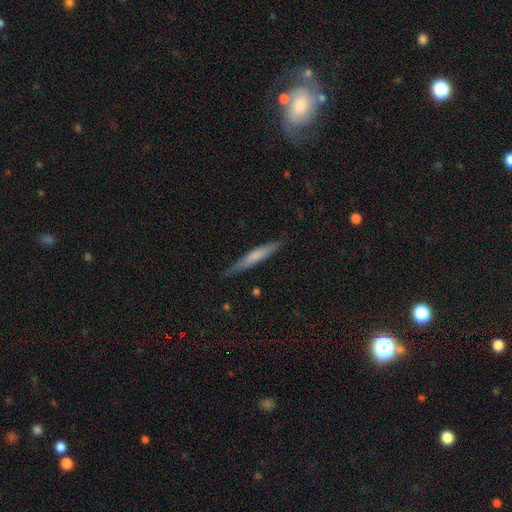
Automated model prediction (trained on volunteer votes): Smooth or featured? Predicted: smooth (p=0.56). How rounded? Predicted: cigar-shaped (p=0.94). Merging? Predicted: none (p=0.84).